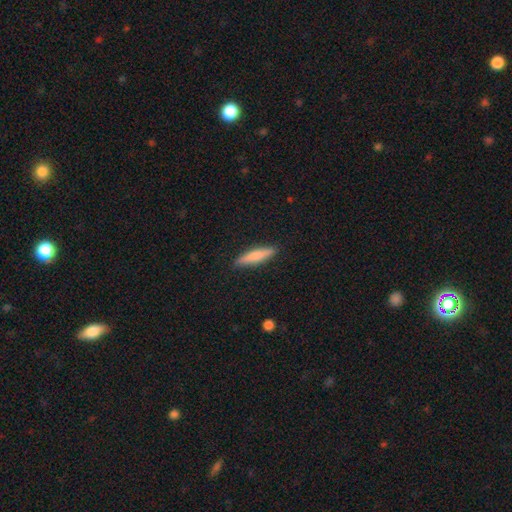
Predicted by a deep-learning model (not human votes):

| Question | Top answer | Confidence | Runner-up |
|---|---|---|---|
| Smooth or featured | smooth | 74% | featured or disk (21%) |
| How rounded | cigar-shaped | 84% | in between (14%) |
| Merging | none | 89% | minor disturbance (8%) |